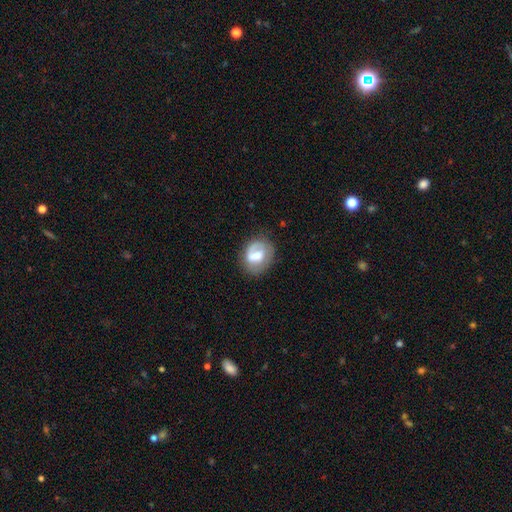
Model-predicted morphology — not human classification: Smooth or featured? featured or disk (47%)
Merging? none (63%)